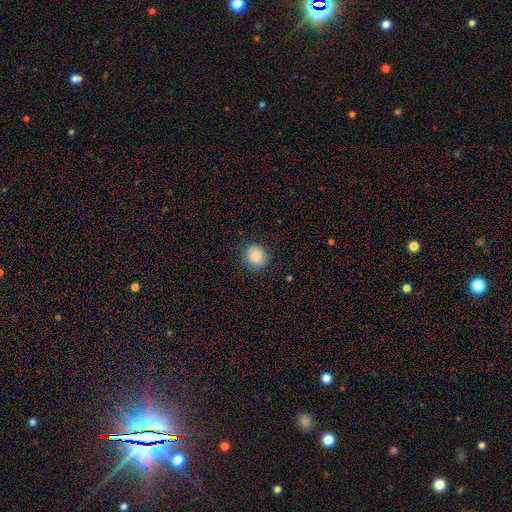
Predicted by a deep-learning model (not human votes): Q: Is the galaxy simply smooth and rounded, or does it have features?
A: smooth — 86%.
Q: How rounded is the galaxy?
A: round — 86%.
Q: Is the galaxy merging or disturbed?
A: none — 87%.